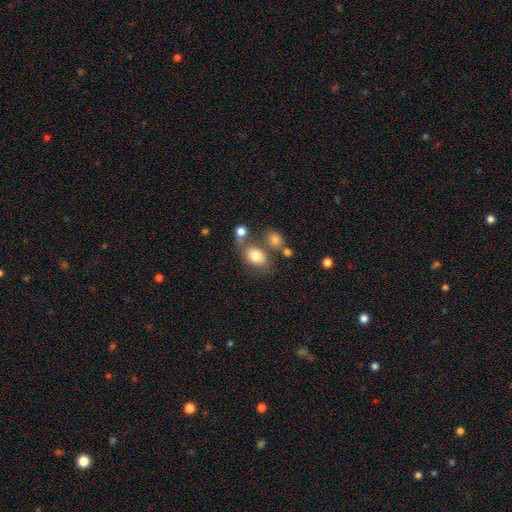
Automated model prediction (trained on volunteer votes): The model was most divided on "how rounded": in between: 65%, round: 34%, cigar-shaped: 1%. More confident: smooth or featured — smooth (78%); merging — none (54%).